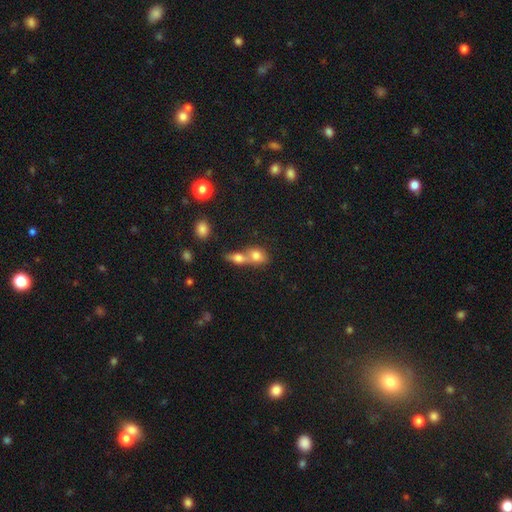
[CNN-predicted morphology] A smooth galaxy with no disk features (76%) that is in between round and cigar-shaped (59%). Merging: merger (71%).